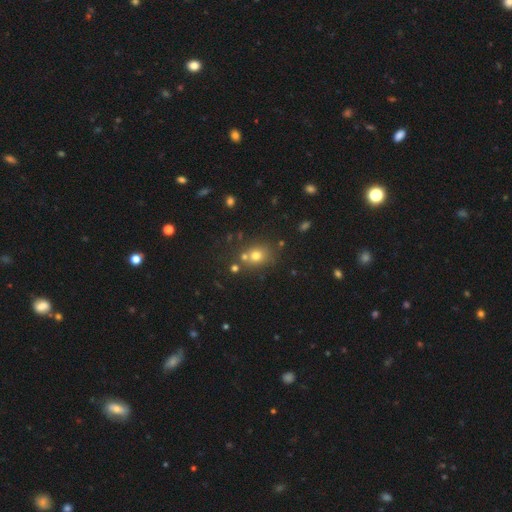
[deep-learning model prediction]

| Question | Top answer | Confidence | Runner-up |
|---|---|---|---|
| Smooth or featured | smooth | 68% | star or artifact (20%) |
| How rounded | round | 73% | in between (26%) |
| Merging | none | 67% | merger (18%) |